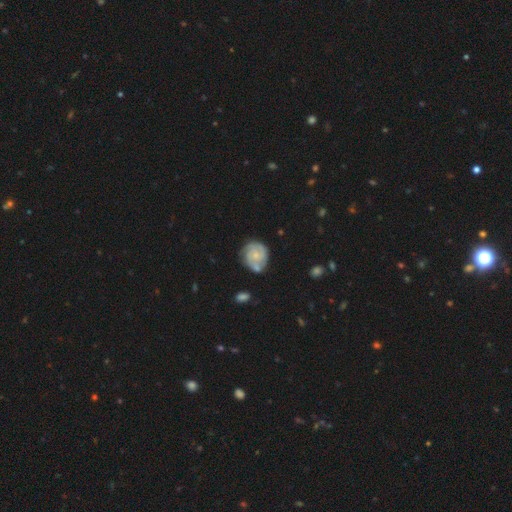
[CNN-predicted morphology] featured or disk 77%, smooth 18%, star or artifact 5%. Down the decision tree: edge-on disk — no (98%); bar — no (70%); spiral arms — yes (94%); spiral arm count — 2 (38%); spiral winding — tight (58%); bulge size — small (64%); merging — none (62%).